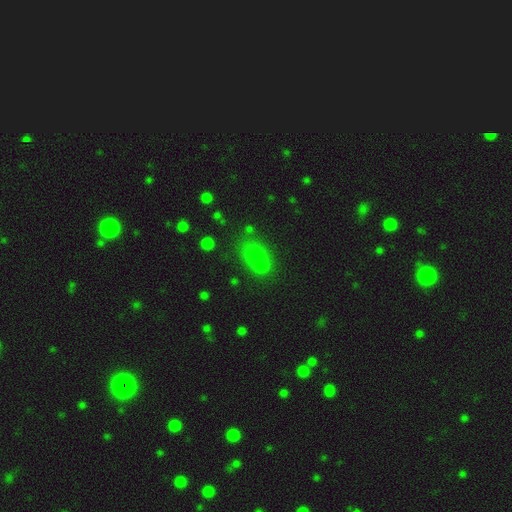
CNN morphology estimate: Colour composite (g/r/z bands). It shows a smooth galaxy with no disk features (67%) that is round (70%). Merging: merger (47%).